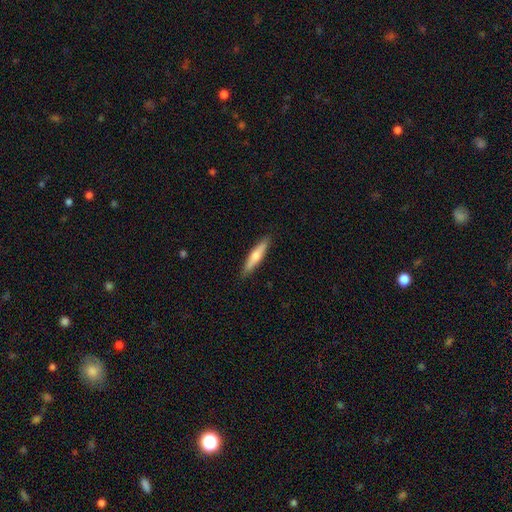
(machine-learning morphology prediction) A smooth galaxy with no disk features (55%) that is cigar-shaped (86%).

Vote fractions:
- Smooth or featured? smooth: 55% / featured or disk: 39% / star or artifact: 5%
- How rounded? cigar-shaped: 86% / in between: 12% / round: 1%
- Merging? none: 89% / minor disturbance: 8% / major disturbance: 2% / merger: 1%